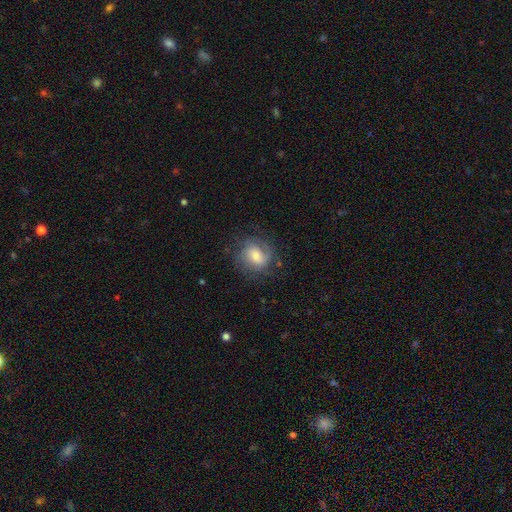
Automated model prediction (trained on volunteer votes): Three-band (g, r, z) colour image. It shows a featured or disk galaxy (52%) with no bar (50%), spiral arms (86%) and a moderate central bulge (49%). Merging: none (70%).